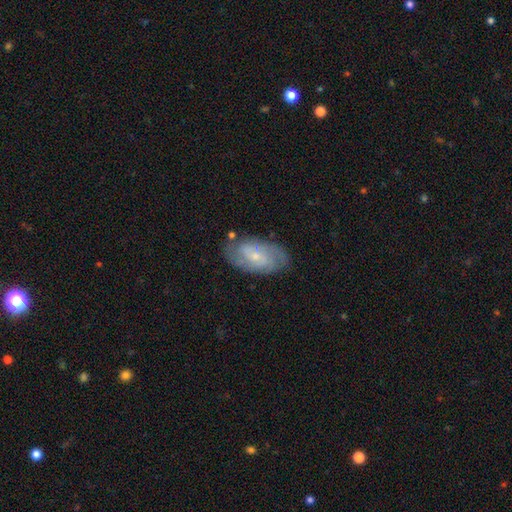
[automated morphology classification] Q: Smooth or featured?
A: featured or disk (73%); runner-up: smooth (20%)
Q: Edge-on disk?
A: no (95%); runner-up: yes (5%)
Q: Bar?
A: no (55%); runner-up: weak (38%)
Q: Spiral arms?
A: yes (91%); runner-up: no (9%)
Q: Spiral winding?
A: tight (49%); runner-up: medium (39%)
Q: Spiral arm count?
A: 2 (45%); runner-up: can't tell (28%)
Q: Bulge size?
A: small (71%); runner-up: moderate (24%)
Q: Merging?
A: none (76%); runner-up: minor disturbance (17%)